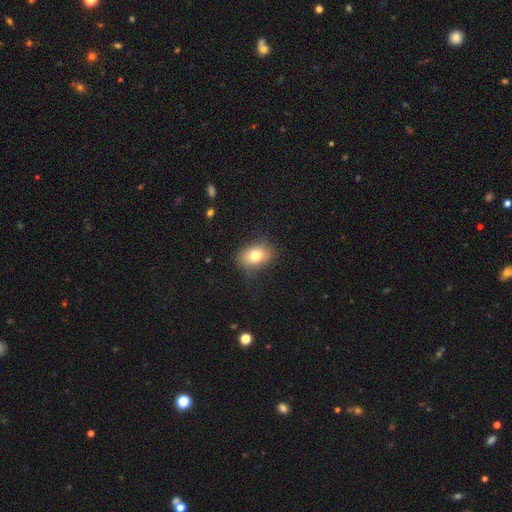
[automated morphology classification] Smooth or featured? Predicted: smooth (p=0.77). How rounded? Predicted: in between (p=0.75). Merging? Predicted: none (p=0.78).